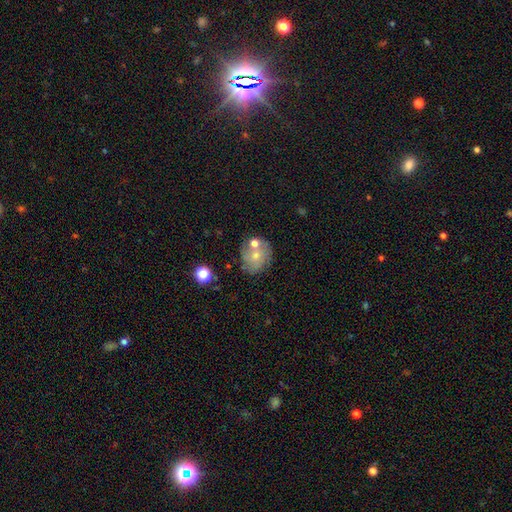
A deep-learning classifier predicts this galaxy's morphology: This appears to be a smooth galaxy with no disk features (53%) that is round (73%). Merging: none (56%).